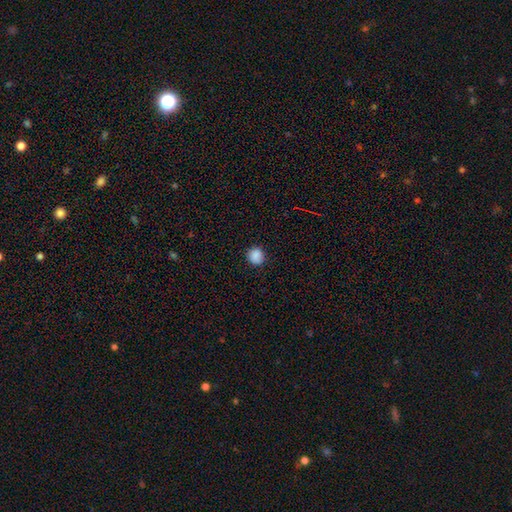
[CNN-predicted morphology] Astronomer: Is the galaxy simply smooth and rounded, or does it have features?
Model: smooth — 87%.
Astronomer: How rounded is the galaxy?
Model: round — 86%.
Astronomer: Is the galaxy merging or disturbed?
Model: none — 87%.